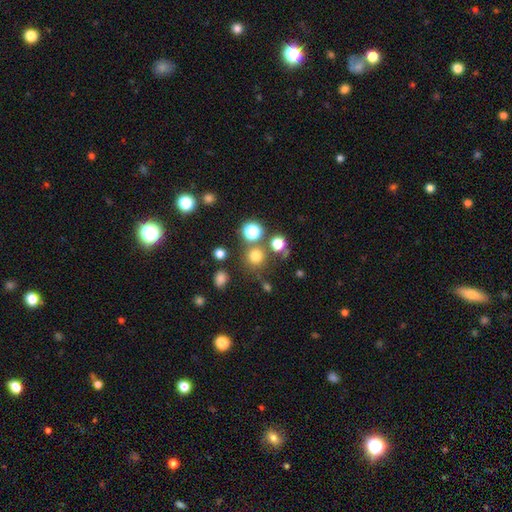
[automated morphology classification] A smooth galaxy with no disk features (71%) that is round (91%). Merging: none (72%).